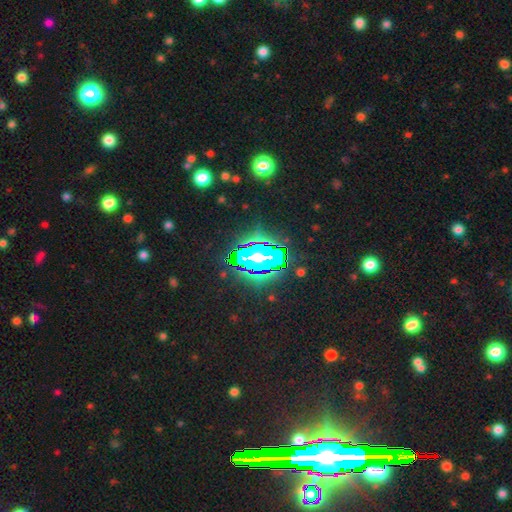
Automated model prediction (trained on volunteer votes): Q: Smooth or featured?
A: star or artifact (67%); runner-up: smooth (18%)